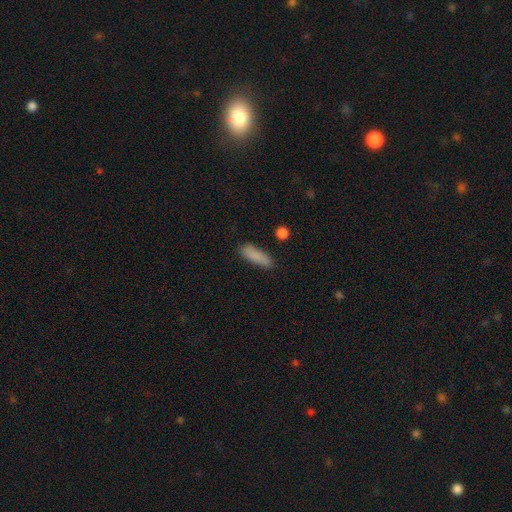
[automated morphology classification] A smooth galaxy with no disk features (86%) that is cigar-shaped (63%).

Vote fractions:
- Smooth or featured? smooth: 86% / star or artifact: 8% / featured or disk: 6%
- How rounded? cigar-shaped: 63% / in between: 35% / round: 2%
- Merging? none: 78% / minor disturbance: 16% / major disturbance: 4% / merger: 3%